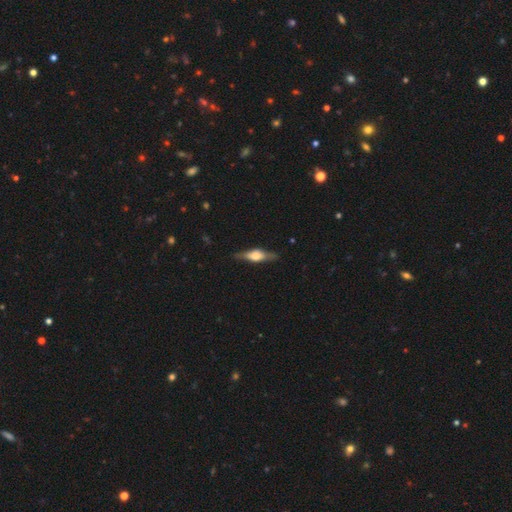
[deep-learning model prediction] smooth_or_featured: featured or disk (p=0.61) [alt: smooth p=0.33]
disk_edge_on: yes (p=0.94) [alt: no p=0.06]
edge_on_bulge: rounded (p=0.82) [alt: boxy p=0.16]
merging: none (p=0.83) [alt: minor disturbance p=0.13]